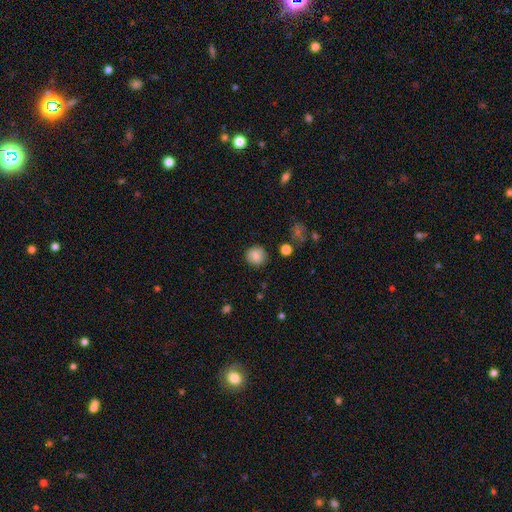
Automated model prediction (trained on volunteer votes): Overall: smooth (86%). How rounded: round (91%). Merging: none (88%).